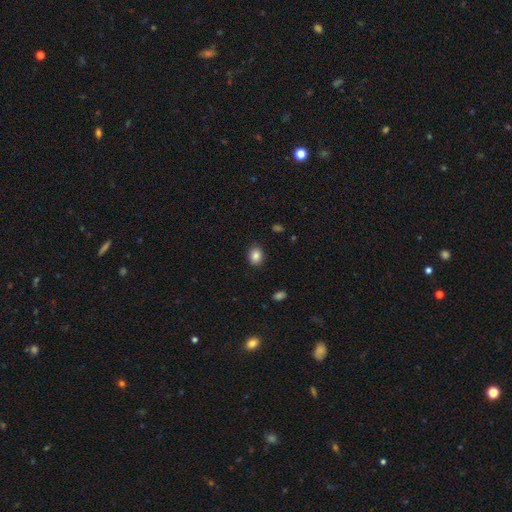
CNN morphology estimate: This is clearly a smooth galaxy (86%). How rounded: possibly in between (50%). Merging: clearly none (87%).